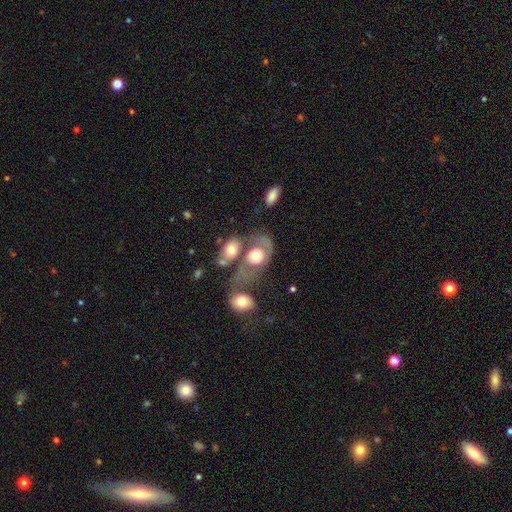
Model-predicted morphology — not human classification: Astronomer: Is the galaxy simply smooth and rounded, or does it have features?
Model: smooth — 47% (runner-up: featured or disk, 44%).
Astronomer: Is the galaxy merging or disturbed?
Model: merger — 45% (runner-up: major disturbance, 21%).